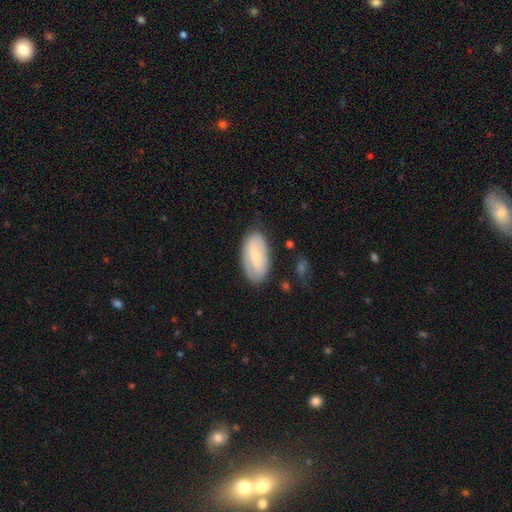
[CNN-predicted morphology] Smooth or featured?
  - smooth: 56% *
  - featured or disk: 37%
  - star or artifact: 6%
How rounded?
  - in between: 93% *
  - cigar-shaped: 4%
  - round: 3%
Merging?
  - none: 75% *
  - minor disturbance: 18%
  - major disturbance: 5%
  - merger: 2%